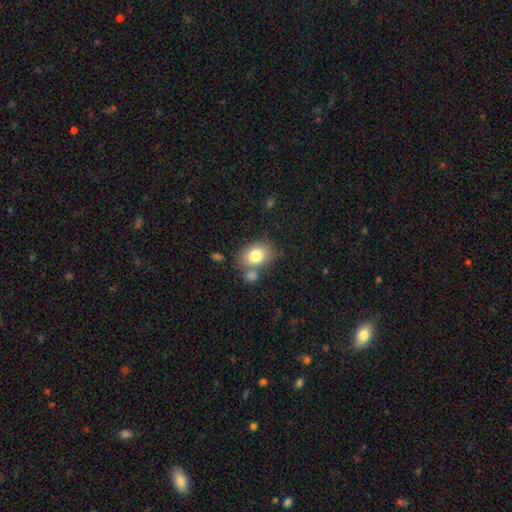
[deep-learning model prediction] A smooth galaxy with no disk features (80%) that is in between round and cigar-shaped (62%).

Vote fractions:
- Smooth or featured? smooth: 80% / featured or disk: 11% / star or artifact: 9%
- How rounded? in between: 62% / round: 37% / cigar-shaped: 1%
- Merging? none: 62% / merger: 20% / minor disturbance: 13% / major disturbance: 4%